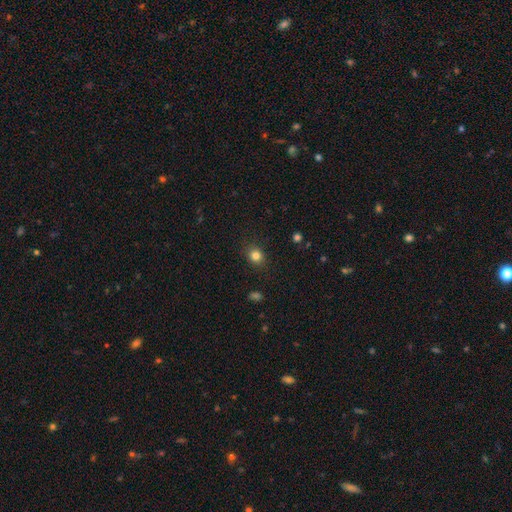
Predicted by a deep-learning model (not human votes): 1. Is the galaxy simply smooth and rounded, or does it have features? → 82% smooth, 12% star or artifact, 6% featured or disk.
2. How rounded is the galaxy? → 68% round, 31% in between, 1% cigar-shaped.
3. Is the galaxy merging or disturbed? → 88% none, 9% minor disturbance, 3% major disturbance, 1% merger.